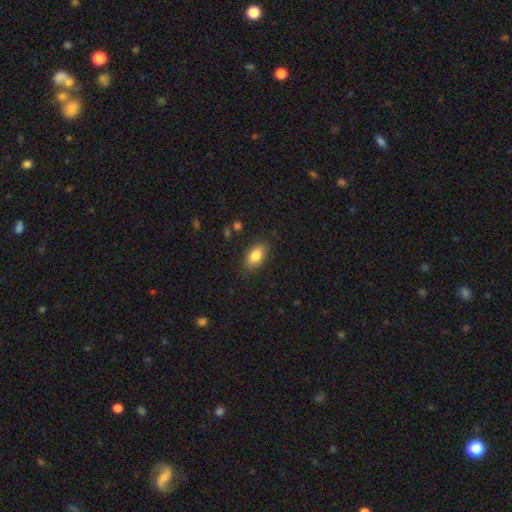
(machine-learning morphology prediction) Q: Smooth or featured?
A: smooth (82%); runner-up: featured or disk (10%)
Q: How rounded?
A: in between (90%); runner-up: round (6%)
Q: Merging?
A: none (83%); runner-up: minor disturbance (13%)